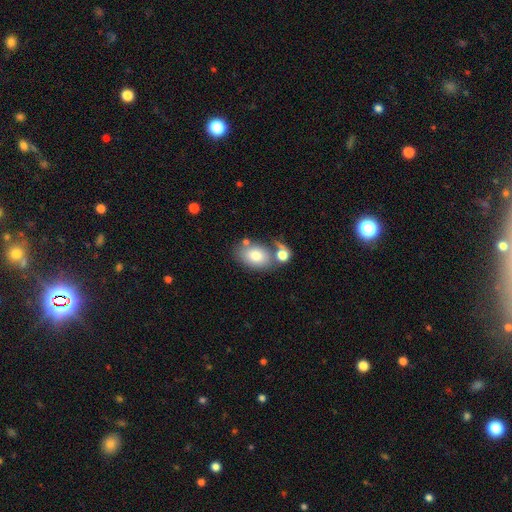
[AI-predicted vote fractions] Smooth or featured? smooth (76%)
How rounded? in between (77%)
Merging? none (53%)